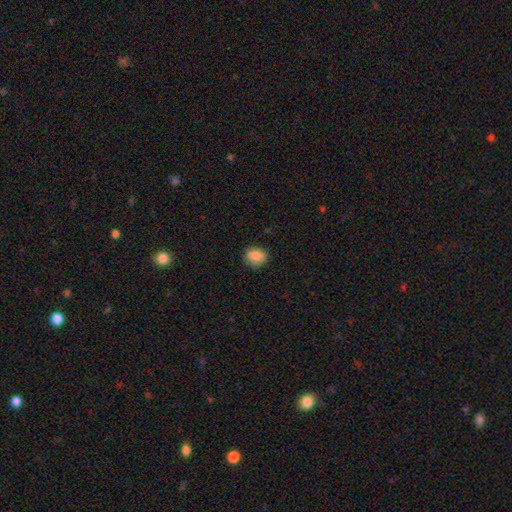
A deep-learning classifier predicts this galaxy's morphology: Smooth or featured: smooth — 86% (star or artifact — 8%)
How rounded: round — 55% (in between — 43%)
Merging: none — 81% (minor disturbance — 15%)